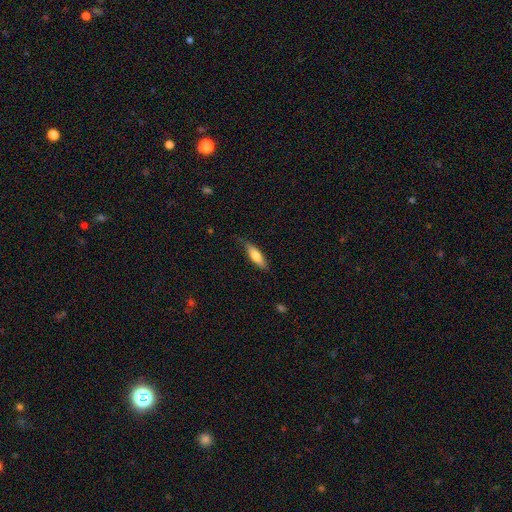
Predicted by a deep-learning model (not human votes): A smooth galaxy with no disk features (71%) that is cigar-shaped (55%). Merging: none (76%).